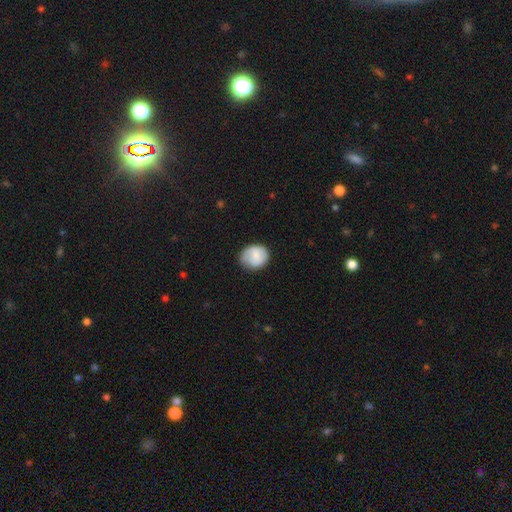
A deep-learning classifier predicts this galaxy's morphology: Q: Smooth or featured?
A: smooth (73%); runner-up: featured or disk (20%)
Q: How rounded?
A: round (68%); runner-up: in between (31%)
Q: Merging?
A: none (76%); runner-up: minor disturbance (19%)